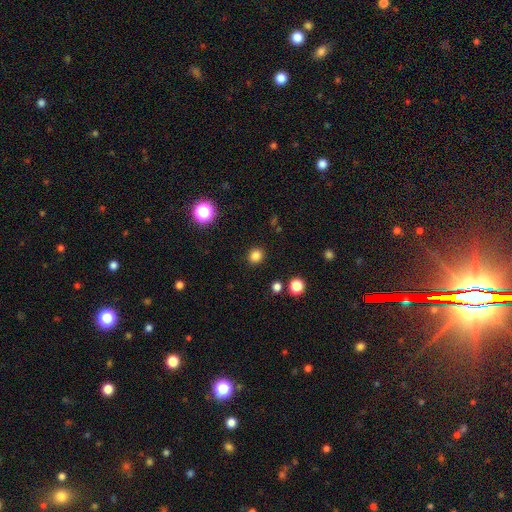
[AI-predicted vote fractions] smooth-or-featured: smooth: 83% | star or artifact: 14% | featured or disk: 4%
  how-rounded: round: 83% | in between: 16% | cigar-shaped: 1%
  merging: none: 90% | minor disturbance: 6% | major disturbance: 2% | merger: 1%